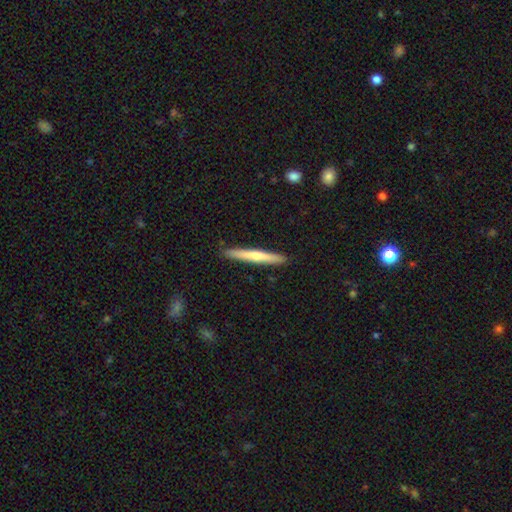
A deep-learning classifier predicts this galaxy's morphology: Smooth or featured: smooth — 55% (featured or disk — 40%)
How rounded: cigar-shaped — 96% (in between — 3%)
Merging: none — 91% (minor disturbance — 7%)